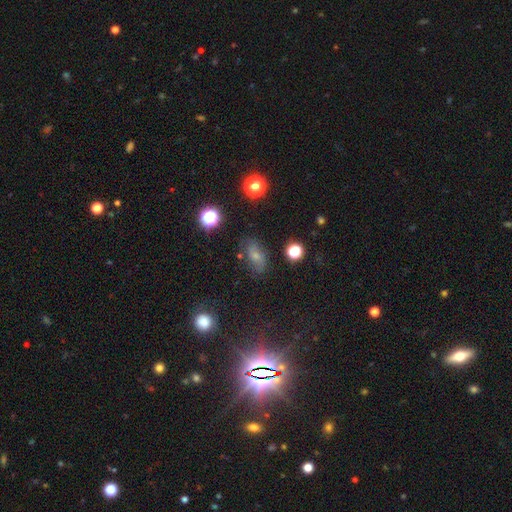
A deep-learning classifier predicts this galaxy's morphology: smooth_or_featured: smooth (p=0.56) [alt: featured or disk p=0.23]
how_rounded: in between (p=0.79) [alt: round p=0.13]
merging: none (p=0.71) [alt: minor disturbance p=0.19]